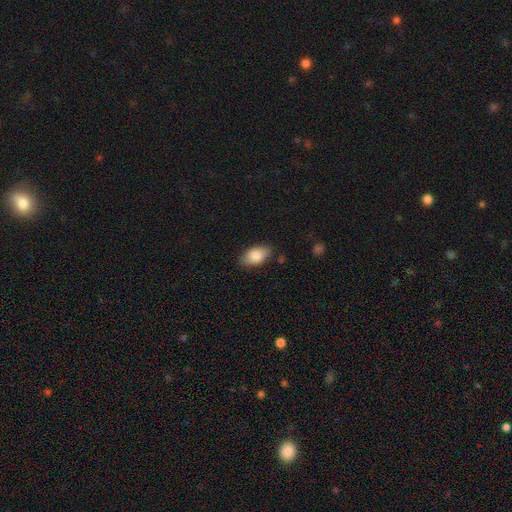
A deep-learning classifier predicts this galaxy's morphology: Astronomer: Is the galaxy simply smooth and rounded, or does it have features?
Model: smooth — 83%.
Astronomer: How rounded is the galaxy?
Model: in between — 92%.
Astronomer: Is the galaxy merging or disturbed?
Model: none — 81%.